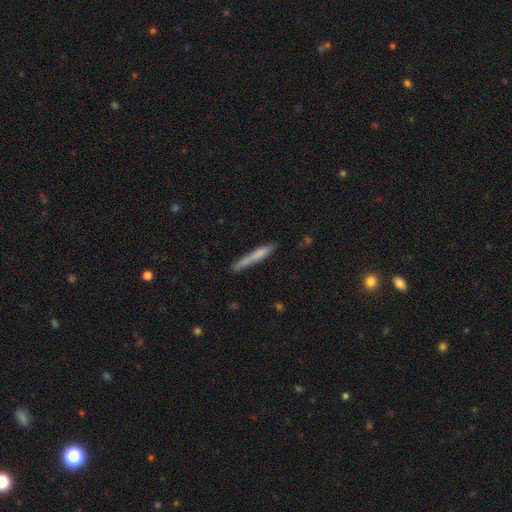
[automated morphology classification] A smooth galaxy with no disk features (68%) that is cigar-shaped (96%). Merging: none (76%).